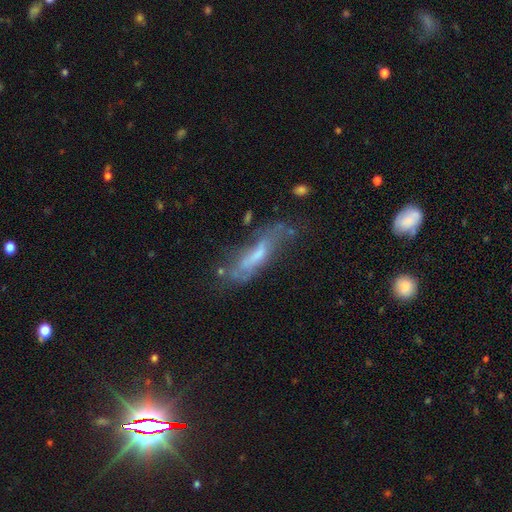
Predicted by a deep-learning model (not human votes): smooth_or_featured: featured or disk (p=0.50) [alt: smooth p=0.40]
disk_edge_on: no (p=0.64) [alt: yes p=0.36]
merging: none (p=0.43) [alt: minor disturbance p=0.27]